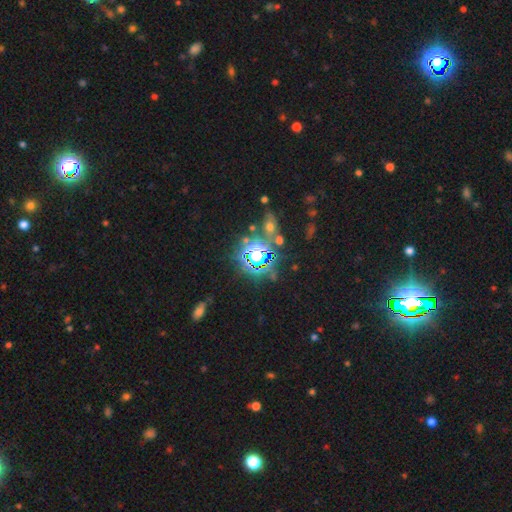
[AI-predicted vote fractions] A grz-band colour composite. It shows a star or artifact, not a galaxy (72%).